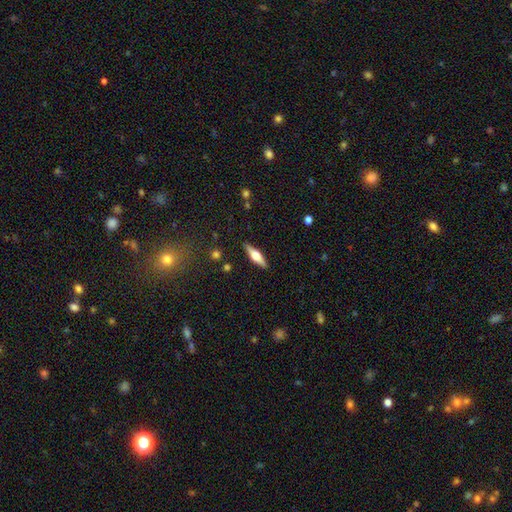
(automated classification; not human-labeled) This appears to be a featured or disk galaxy (60%) viewed edge-on (96%) with a rounded central bulge (93%). Merging: none (89%).